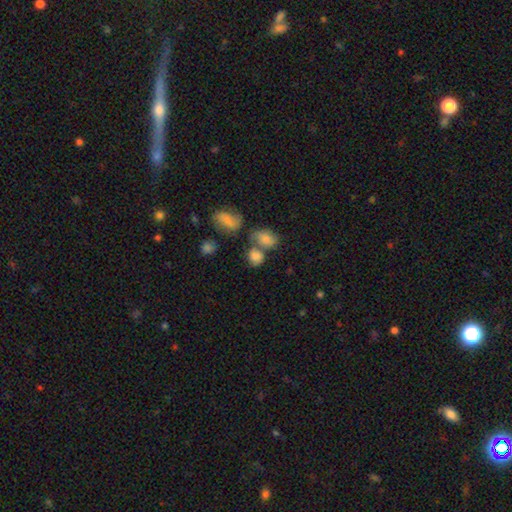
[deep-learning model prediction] Smooth or featured: smooth — 75% (star or artifact — 13%)
How rounded: in between — 51% (round — 48%)
Merging: none — 42% (merger — 38%)